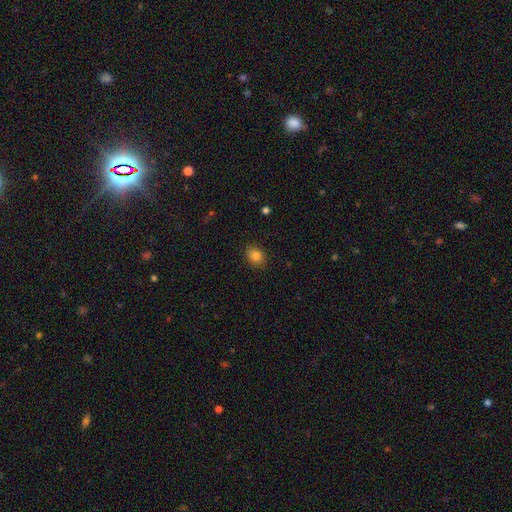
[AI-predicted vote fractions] This is clearly a smooth galaxy (83%). How rounded: possibly in between (50%). Merging: clearly none (87%).